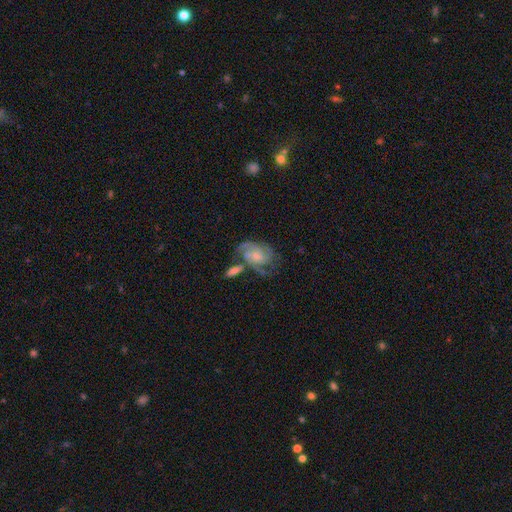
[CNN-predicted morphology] A featured or disk galaxy (79%) with no bar (69%), 2 (39%) medium (44%) spiral arms (94%) and a small central bulge (65%).

Vote fractions:
- Smooth or featured? featured or disk: 79% / smooth: 15% / star or artifact: 6%
- Edge-on disk? no: 97% / yes: 3%
- Bar? no: 69% / weak: 27% / strong: 5%
- Spiral arms? yes: 94% / no: 6%
- Spiral winding? medium: 44% / tight: 41% / loose: 14%
- Spiral arm count? 2: 39% / 3: 25% / can't tell: 20% / 4: 6% / 1: 5% / more than 4: 4%
- Bulge size? small: 65% / moderate: 27% / none: 5% / large: 2% / dominant: 1%
- Merging? none: 40% / merger: 25% / minor disturbance: 20% / major disturbance: 16%